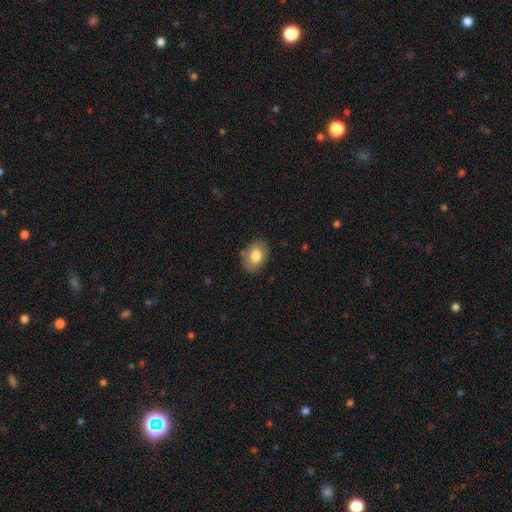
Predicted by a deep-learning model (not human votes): Overall: smooth (79%). How rounded: in between (78%). Merging: none (83%).